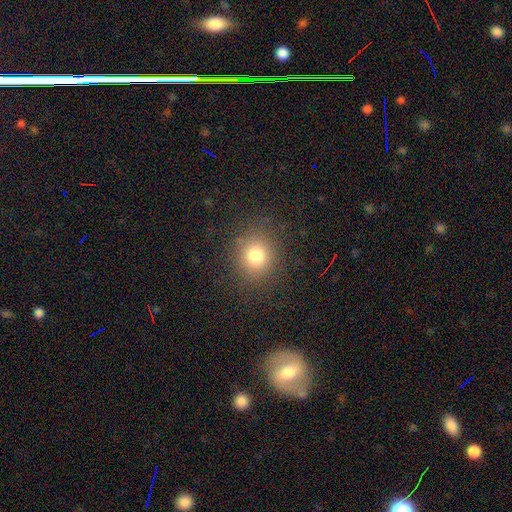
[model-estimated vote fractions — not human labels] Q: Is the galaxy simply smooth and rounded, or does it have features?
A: smooth — 77%.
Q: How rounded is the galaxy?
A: round — 81%.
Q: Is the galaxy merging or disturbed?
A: none — 85%.